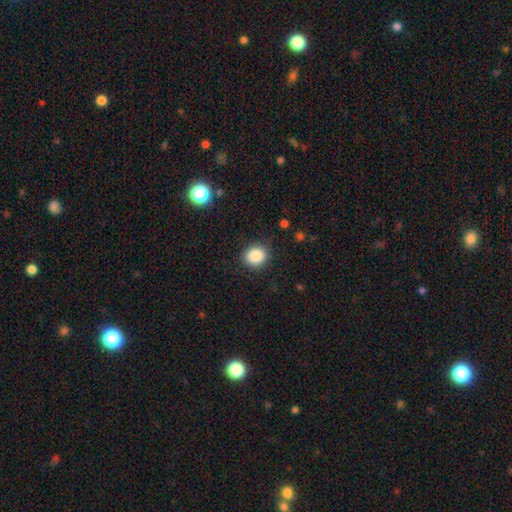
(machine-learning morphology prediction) Q: Smooth or featured?
A: smooth (86%); runner-up: star or artifact (10%)
Q: How rounded?
A: round (67%); runner-up: in between (32%)
Q: Merging?
A: none (86%); runner-up: minor disturbance (10%)